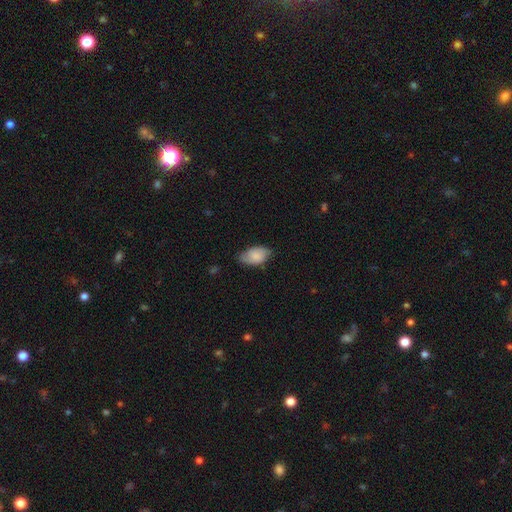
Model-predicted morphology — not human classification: This is likely a smooth galaxy (75%). How rounded: clearly in between (93%). Merging: likely none (65%).